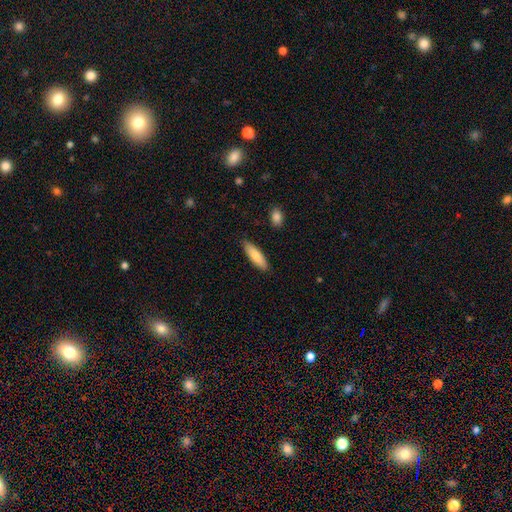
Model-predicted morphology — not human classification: Q: Smooth or featured?
A: smooth (82%); runner-up: featured or disk (13%)
Q: How rounded?
A: cigar-shaped (54%); runner-up: in between (44%)
Q: Merging?
A: none (87%); runner-up: minor disturbance (9%)